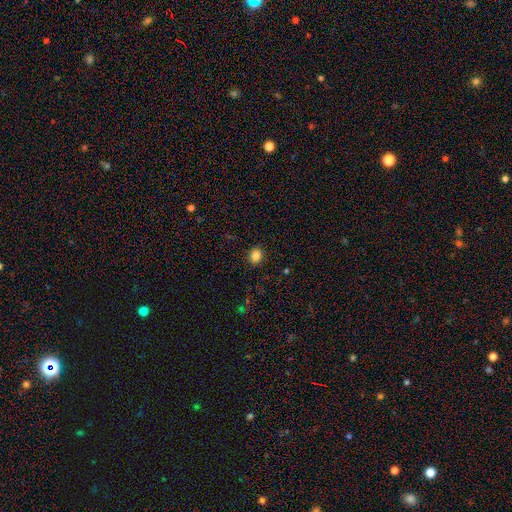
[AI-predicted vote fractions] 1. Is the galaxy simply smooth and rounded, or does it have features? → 85% smooth, 11% star or artifact, 4% featured or disk.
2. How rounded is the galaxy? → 59% round, 40% in between, 1% cigar-shaped.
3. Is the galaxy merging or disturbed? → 90% none, 7% minor disturbance, 2% major disturbance, 1% merger.